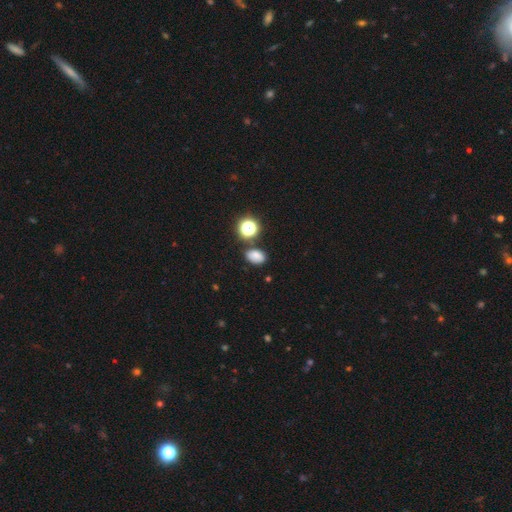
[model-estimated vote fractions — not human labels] Morphology: type=smooth (75%); roundness=in between (78%); merging=none (75%).